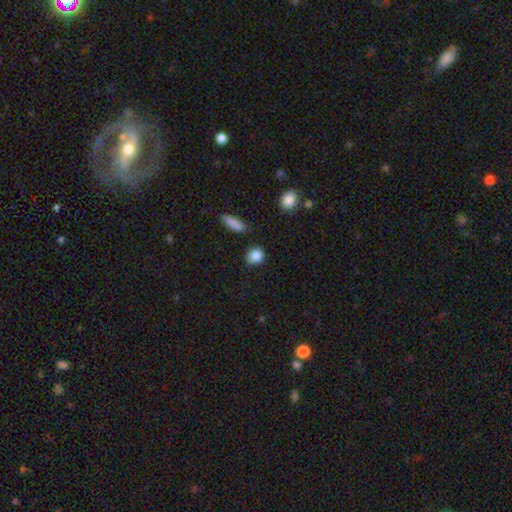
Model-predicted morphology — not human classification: Smooth or featured?
  - smooth: 87% *
  - star or artifact: 8%
  - featured or disk: 5%
How rounded?
  - round: 77% *
  - in between: 21%
  - cigar-shaped: 2%
Merging?
  - none: 81% *
  - minor disturbance: 13%
  - merger: 3%
  - major disturbance: 3%